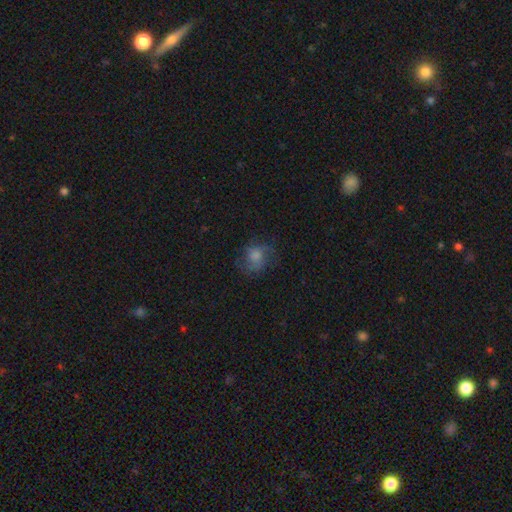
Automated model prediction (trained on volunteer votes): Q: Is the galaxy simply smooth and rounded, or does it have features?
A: smooth — 50%.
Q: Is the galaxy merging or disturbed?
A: none — 64%.